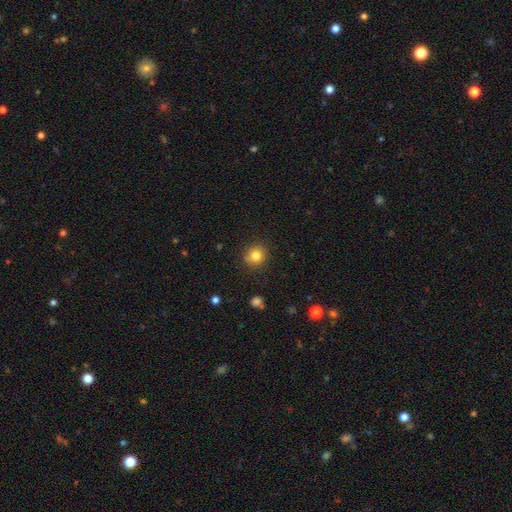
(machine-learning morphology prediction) Smooth or featured? Predicted: smooth (p=0.81). How rounded? Predicted: round (p=0.88). Merging? Predicted: none (p=0.87).